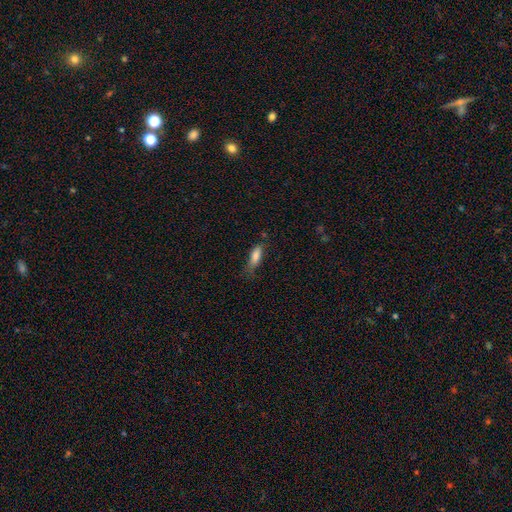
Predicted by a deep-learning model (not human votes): Overall: smooth (82%). How rounded: in between (63%; cigar-shaped 35%). Merging: none (59%; minor disturbance 29%).